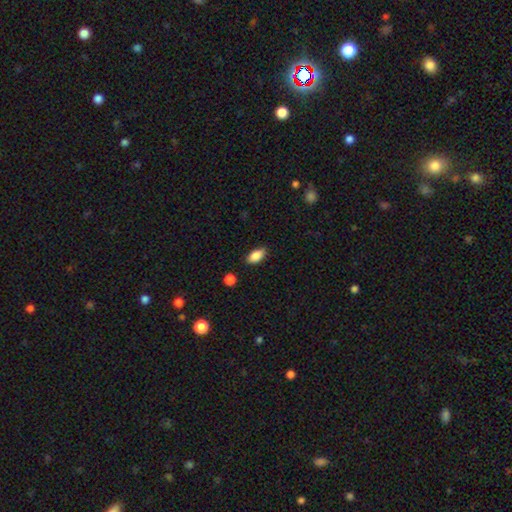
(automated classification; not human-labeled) Smooth or featured? Predicted: smooth (p=0.86). How rounded? Predicted: in between (p=0.91). Merging? Predicted: none (p=0.86).